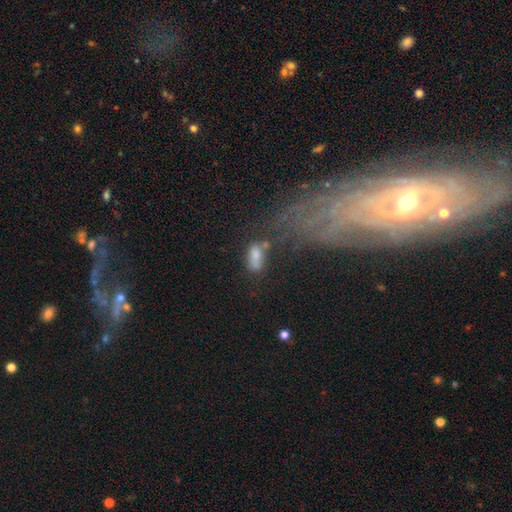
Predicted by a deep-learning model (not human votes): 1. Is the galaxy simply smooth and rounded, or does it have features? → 71% smooth, 16% featured or disk, 13% star or artifact.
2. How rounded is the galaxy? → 84% in between, 9% cigar-shaped, 7% round.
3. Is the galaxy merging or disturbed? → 40% none, 22% minor disturbance, 20% merger, 18% major disturbance.